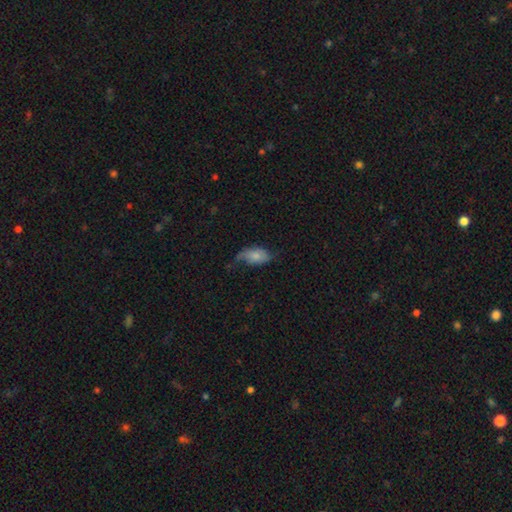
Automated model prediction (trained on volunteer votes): Morphology: type=smooth (62%); roundness=in between (92%); merging=none (37%).